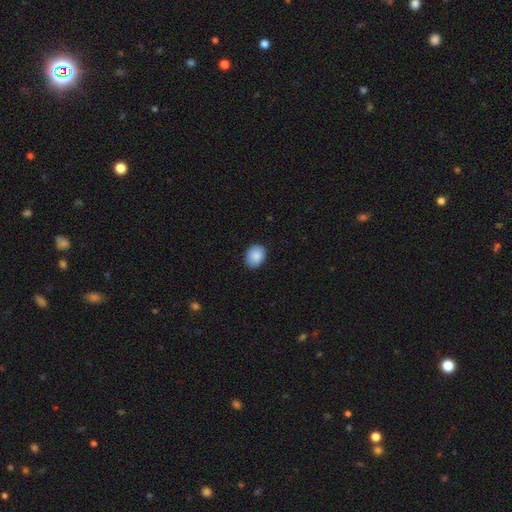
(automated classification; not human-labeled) This is clearly a smooth galaxy (89%). How rounded: likely in between (65%). Merging: clearly none (87%).